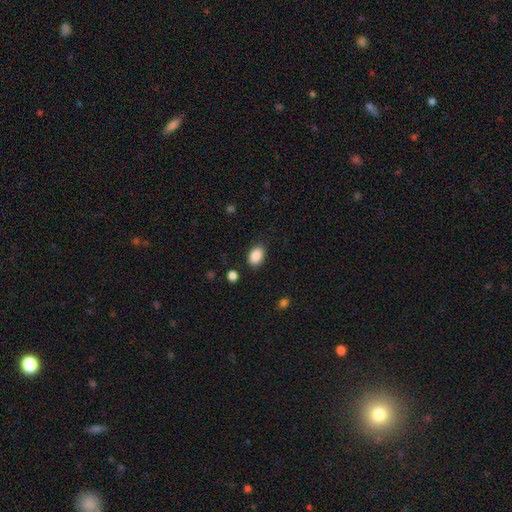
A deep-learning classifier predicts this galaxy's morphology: Smooth or featured? smooth (89%)
How rounded? in between (88%)
Merging? none (85%)